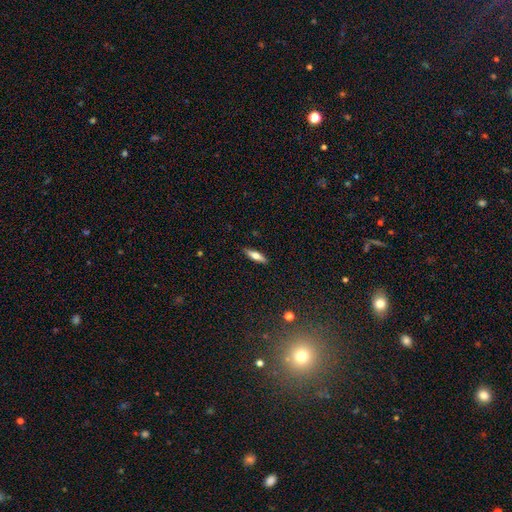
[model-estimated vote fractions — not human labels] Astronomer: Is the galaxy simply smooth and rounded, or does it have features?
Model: smooth — 57% (runner-up: featured or disk, 36%).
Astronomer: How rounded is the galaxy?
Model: cigar-shaped — 64%.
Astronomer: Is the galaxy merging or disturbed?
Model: none — 90%.